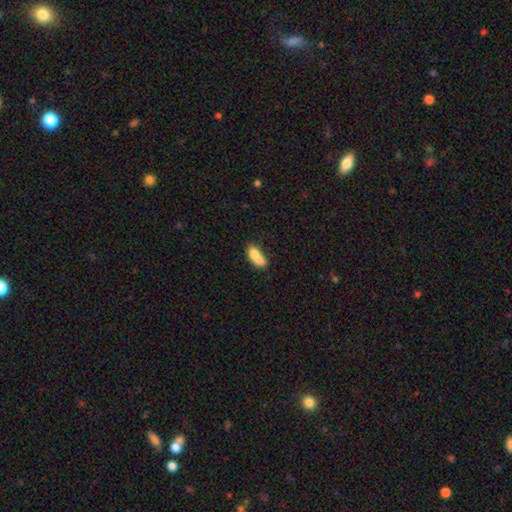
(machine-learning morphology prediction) Smooth or featured: smooth — 70% (featured or disk — 22%)
How rounded: in between — 77% (cigar-shaped — 14%)
Merging: merger — 55% (none — 26%)